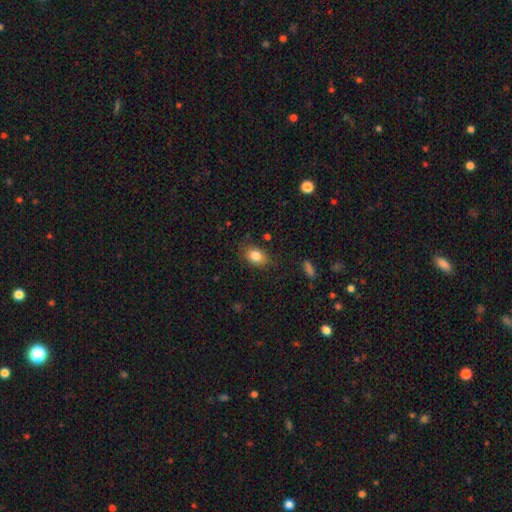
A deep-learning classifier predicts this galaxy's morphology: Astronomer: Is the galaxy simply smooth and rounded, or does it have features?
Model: smooth — 83%.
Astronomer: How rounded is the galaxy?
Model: in between — 78%.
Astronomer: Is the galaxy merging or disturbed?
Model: none — 79%.